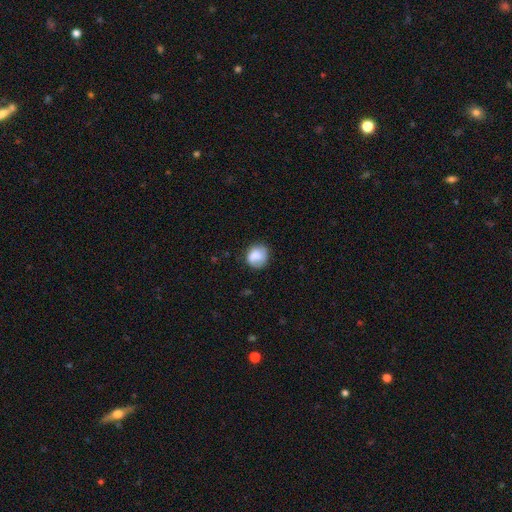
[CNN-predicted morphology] smooth-or-featured: smooth: 79% | featured or disk: 13% | star or artifact: 8%
  how-rounded: round: 79% | in between: 20% | cigar-shaped: 1%
  merging: none: 70% | minor disturbance: 22% | major disturbance: 7% | merger: 2%